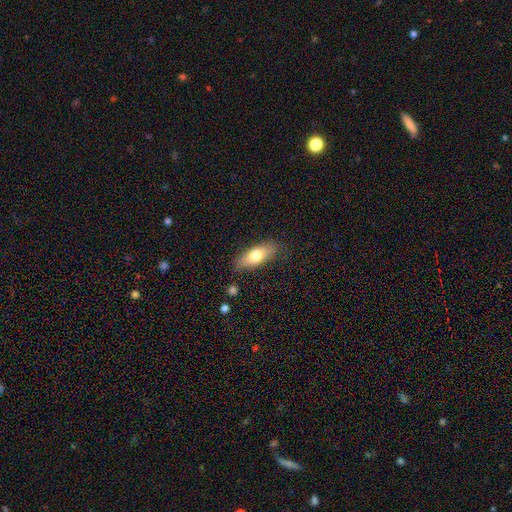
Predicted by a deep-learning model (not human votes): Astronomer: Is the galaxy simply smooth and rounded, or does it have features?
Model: smooth — 71%.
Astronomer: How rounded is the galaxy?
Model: in between — 74%.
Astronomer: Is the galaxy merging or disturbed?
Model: none — 80%.